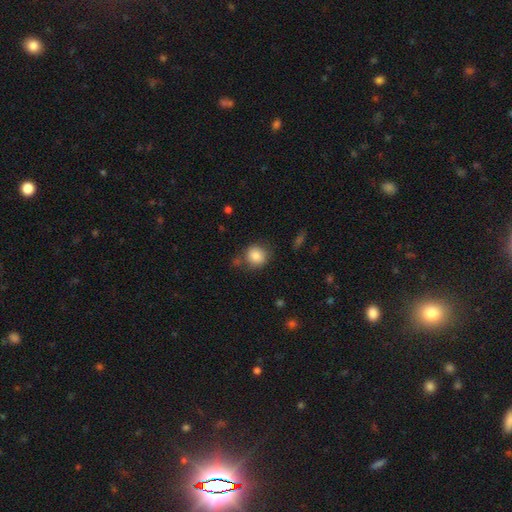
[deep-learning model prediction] Smooth or featured? smooth (84%)
How rounded? round (87%)
Merging? none (76%)